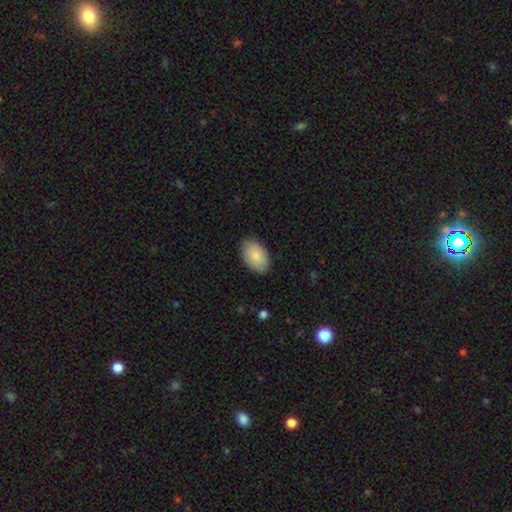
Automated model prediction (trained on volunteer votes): Overall: smooth (84%). How rounded: in between (92%). Merging: none (87%).